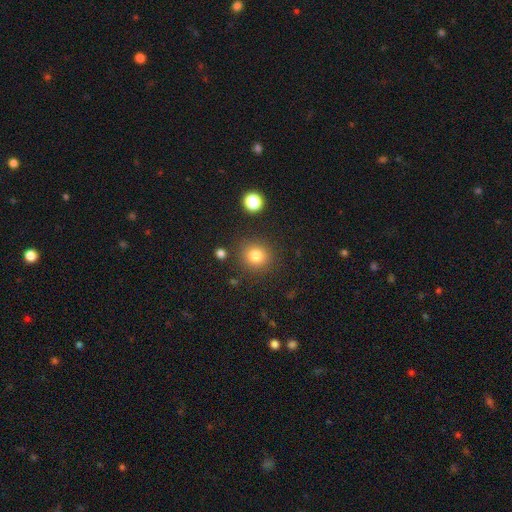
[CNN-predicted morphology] smooth-or-featured: smooth: 82% | star or artifact: 12% | featured or disk: 6%
  how-rounded: round: 87% | in between: 12% | cigar-shaped: 1%
  merging: none: 85% | minor disturbance: 8% | major disturbance: 3% | merger: 3%